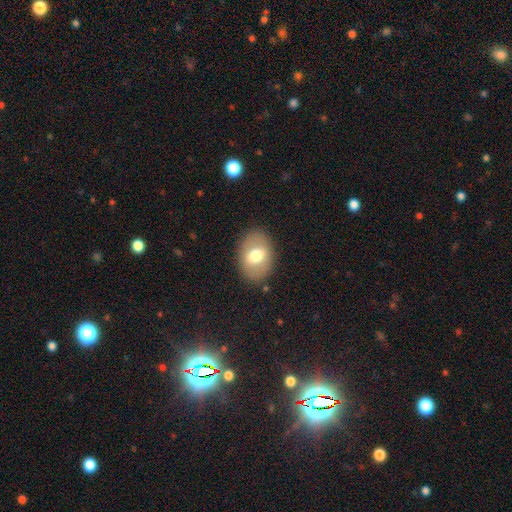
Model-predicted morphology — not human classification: A smooth galaxy with no disk features (65%) that is in between round and cigar-shaped (76%).

Vote fractions:
- Smooth or featured? smooth: 65% / featured or disk: 28% / star or artifact: 8%
- How rounded? in between: 76% / round: 23% / cigar-shaped: 1%
- Merging? none: 85% / minor disturbance: 10% / major disturbance: 4% / merger: 1%